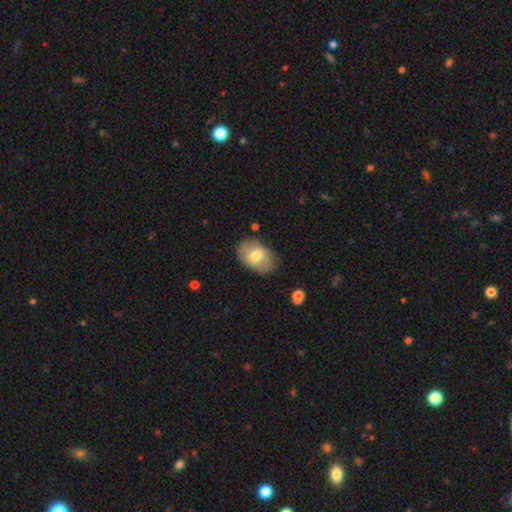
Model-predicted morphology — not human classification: A smooth galaxy with no disk features (63%) that is in between round and cigar-shaped (84%).

Vote fractions:
- Smooth or featured? smooth: 63% / featured or disk: 30% / star or artifact: 7%
- How rounded? in between: 84% / round: 15% / cigar-shaped: 1%
- Merging? none: 79% / minor disturbance: 15% / major disturbance: 4% / merger: 2%